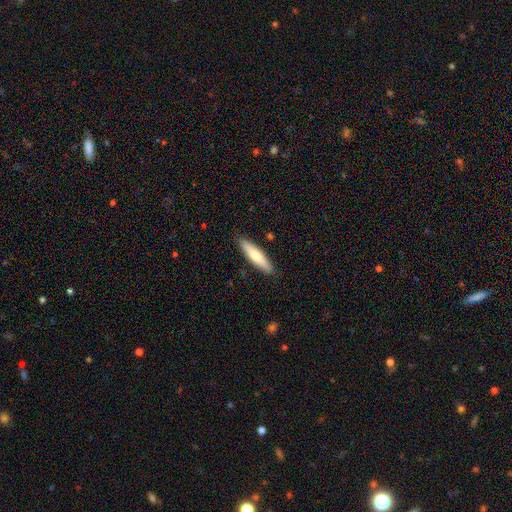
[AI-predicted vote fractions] The model was most divided on "smooth or featured": smooth: 66%, featured or disk: 29%, star or artifact: 5%. More confident: merging — none (89%); how rounded — cigar-shaped (78%).